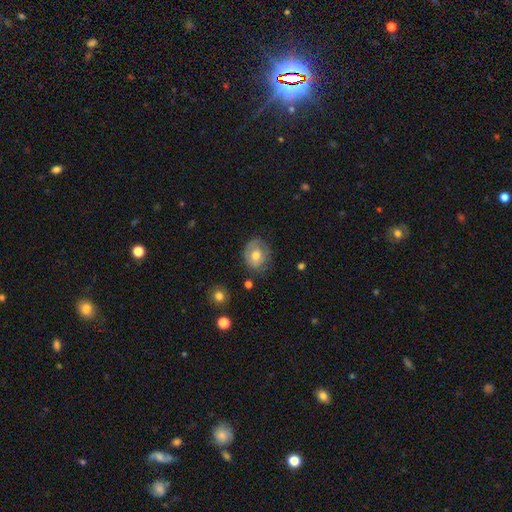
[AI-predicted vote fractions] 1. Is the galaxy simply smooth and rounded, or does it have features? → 59% smooth, 33% featured or disk, 8% star or artifact.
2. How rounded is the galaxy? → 61% round, 38% in between, 1% cigar-shaped.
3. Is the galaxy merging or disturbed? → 68% none, 23% minor disturbance, 8% major disturbance, 2% merger.